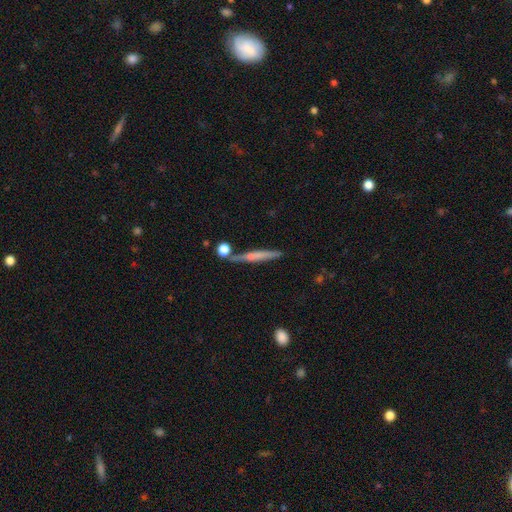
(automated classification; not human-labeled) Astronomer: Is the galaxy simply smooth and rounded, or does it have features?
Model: featured or disk — 54% (runner-up: smooth, 38%).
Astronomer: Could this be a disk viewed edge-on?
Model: yes — 96%.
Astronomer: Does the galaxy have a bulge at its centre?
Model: rounded — 55% (runner-up: none, 35%).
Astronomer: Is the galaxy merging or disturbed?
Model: none — 77%.